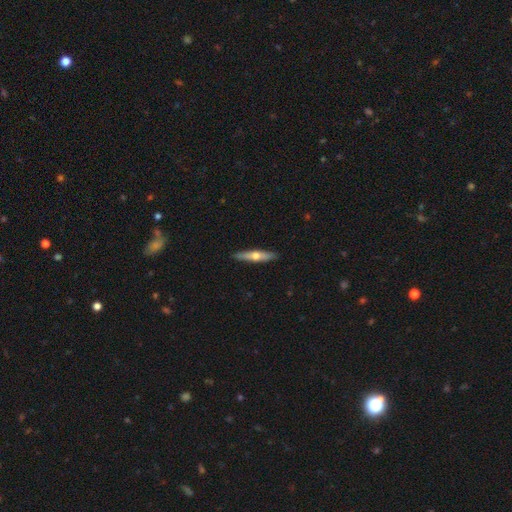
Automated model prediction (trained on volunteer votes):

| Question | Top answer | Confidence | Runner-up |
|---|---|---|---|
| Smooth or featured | featured or disk | 49% | smooth (45%) |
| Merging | none | 90% | minor disturbance (8%) |